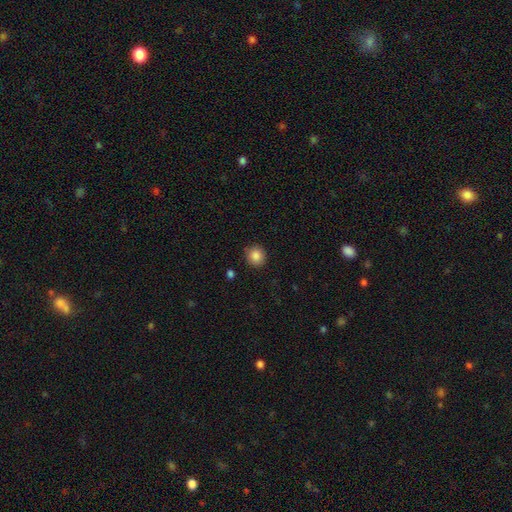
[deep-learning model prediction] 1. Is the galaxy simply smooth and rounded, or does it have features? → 86% smooth, 9% star or artifact, 4% featured or disk.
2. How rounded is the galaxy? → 90% round, 9% in between, 1% cigar-shaped.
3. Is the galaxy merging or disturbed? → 90% none, 7% minor disturbance, 2% major disturbance, 1% merger.